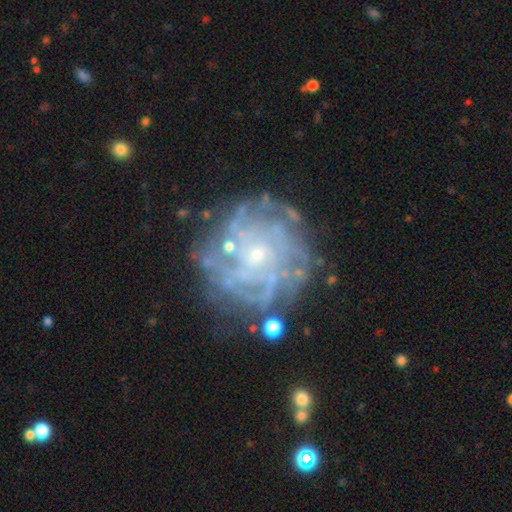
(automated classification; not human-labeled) featured or disk 83%, smooth 8%, star or artifact 8%. Down the decision tree: edge-on disk — no (98%); bar — no (80%); spiral arms — yes (89%); spiral arm count — can't tell (38%); spiral winding — tight (71%); bulge size — small (79%); merging — none (73%).